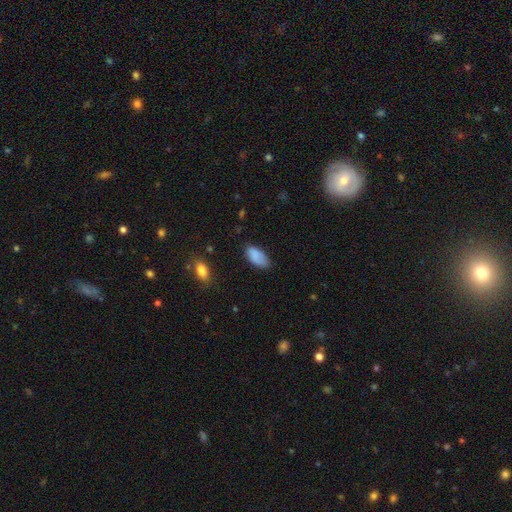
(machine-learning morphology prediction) A smooth galaxy with no disk features (84%) that is in between round and cigar-shaped (94%). Merging: none (69%).